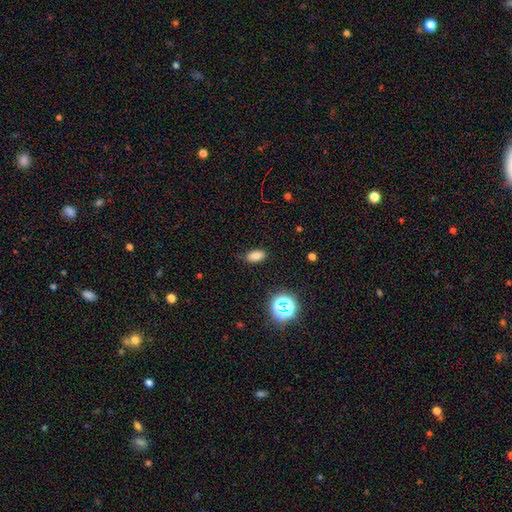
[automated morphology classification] A smooth galaxy with no disk features (80%) that is in between round and cigar-shaped (89%).

Vote fractions:
- Smooth or featured? smooth: 80% / star or artifact: 15% / featured or disk: 5%
- How rounded? in between: 89% / round: 7% / cigar-shaped: 4%
- Merging? none: 81% / minor disturbance: 14% / major disturbance: 3% / merger: 1%